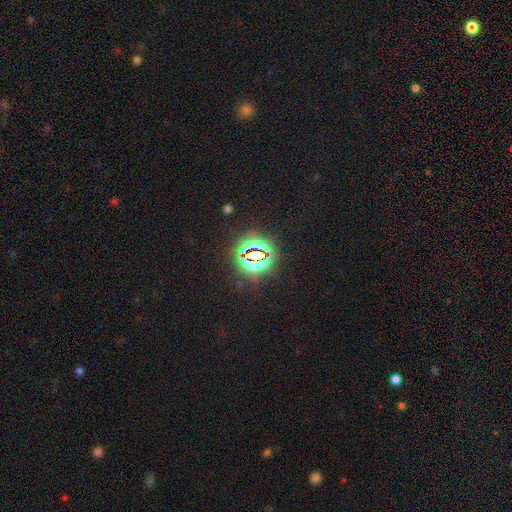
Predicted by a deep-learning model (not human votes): This is clearly a star or artifact rather than a galaxy (80%).